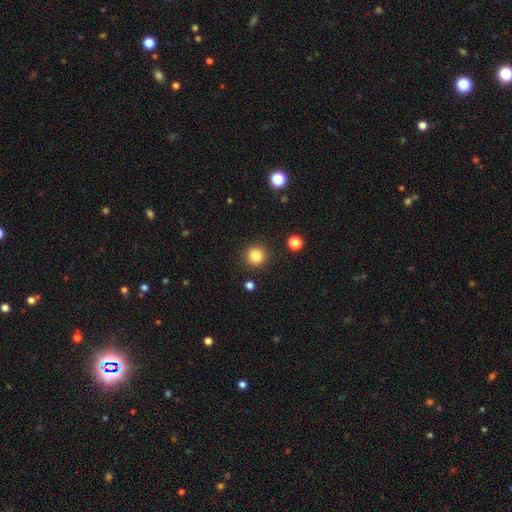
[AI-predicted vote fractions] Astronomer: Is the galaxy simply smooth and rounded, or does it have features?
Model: smooth — 84%.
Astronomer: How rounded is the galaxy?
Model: round — 94%.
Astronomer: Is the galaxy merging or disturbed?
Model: none — 90%.